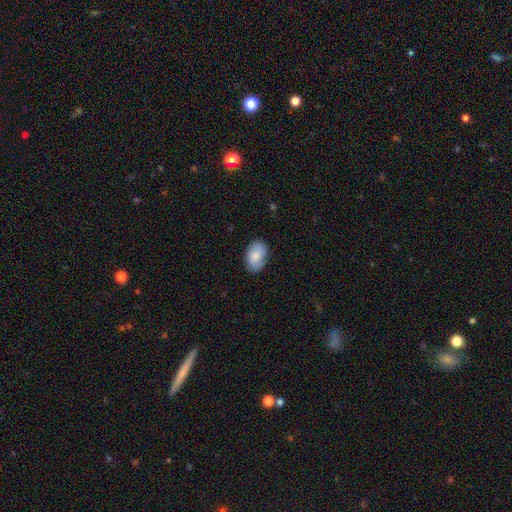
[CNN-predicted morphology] This appears to be a smooth galaxy with no disk features (80%) that is in between round and cigar-shaped (90%). Merging: none (78%).